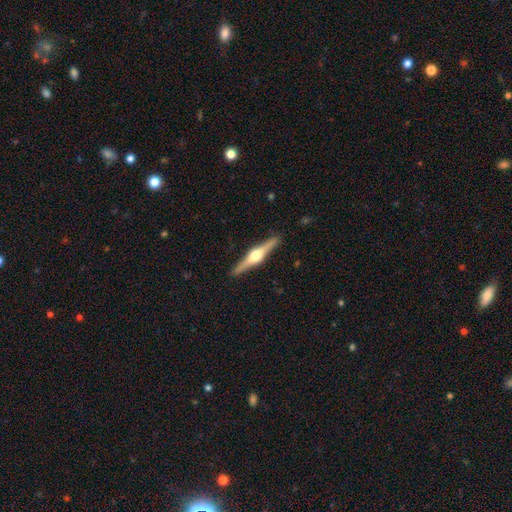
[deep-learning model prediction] Overall: featured or disk (80%). Edge-on disk: yes (98%). Edge-on bulge: rounded (95%). Merging: none (92%).